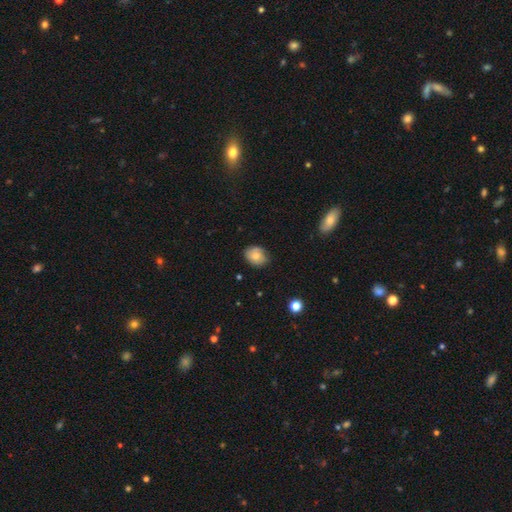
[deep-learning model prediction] Smooth or featured? smooth (67%)
How rounded? in between (52%)
Merging? none (73%)